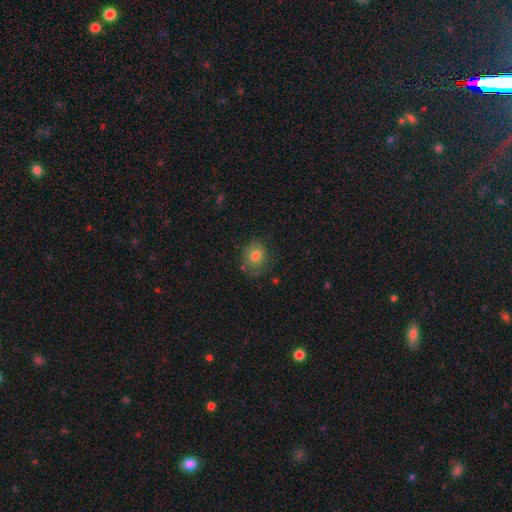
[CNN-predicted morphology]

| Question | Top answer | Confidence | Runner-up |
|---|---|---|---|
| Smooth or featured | smooth | 76% | featured or disk (14%) |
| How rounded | round | 73% | in between (26%) |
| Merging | none | 68% | minor disturbance (22%) |